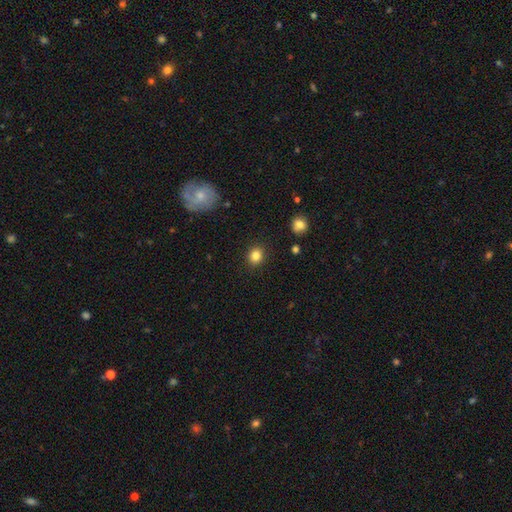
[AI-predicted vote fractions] Overall: smooth (84%). How rounded: round (77%). Merging: none (90%).